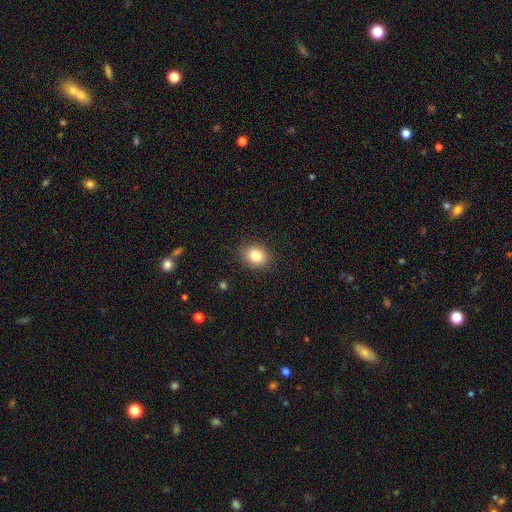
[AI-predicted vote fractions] Smooth or featured: smooth — 82% (star or artifact — 10%)
How rounded: round — 55% (in between — 44%)
Merging: none — 88% (minor disturbance — 9%)